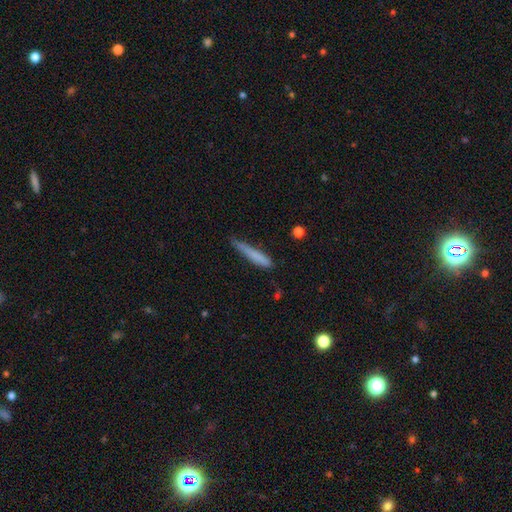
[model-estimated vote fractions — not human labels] Overall: smooth (75%). How rounded: cigar-shaped (93%). Merging: none (57%; minor disturbance 32%).